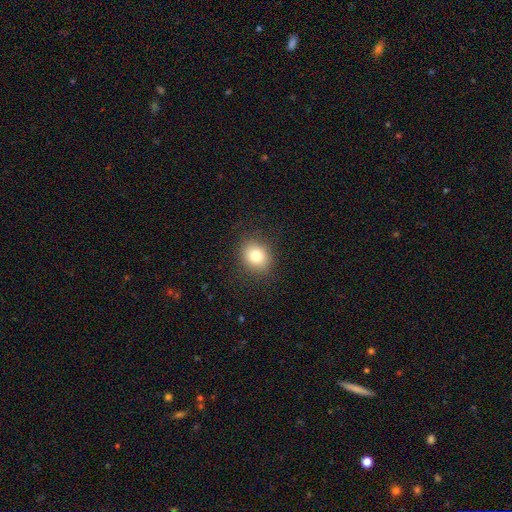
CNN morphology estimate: This appears to be a smooth galaxy with no disk features (79%) that is round (61%). Merging: none (87%).